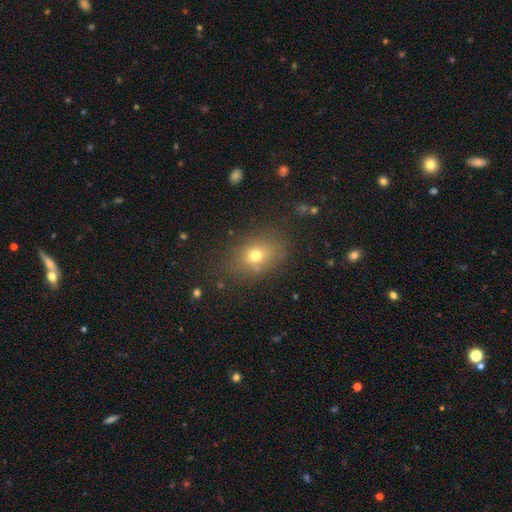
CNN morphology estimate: smooth-or-featured: smooth: 71% | star or artifact: 16% | featured or disk: 14%
  how-rounded: in between: 64% | round: 34% | cigar-shaped: 2%
  merging: none: 79% | minor disturbance: 13% | major disturbance: 5% | merger: 3%